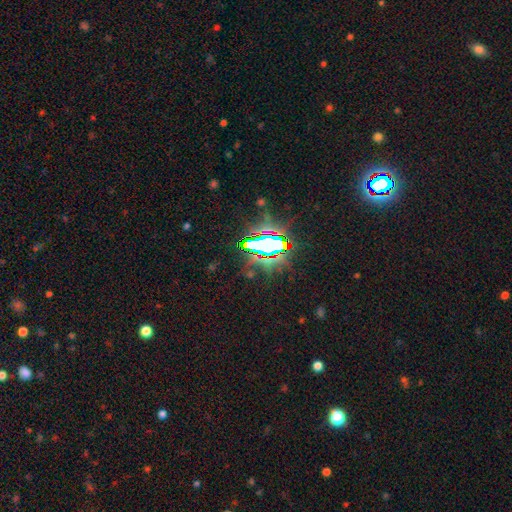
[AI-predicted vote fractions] smooth_or_featured: star or artifact (p=0.83) [alt: smooth p=0.10]